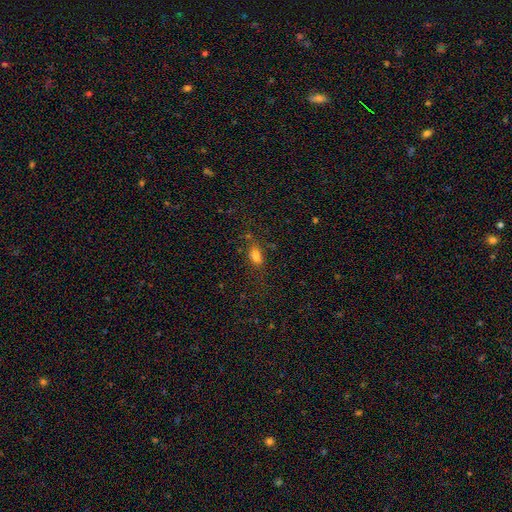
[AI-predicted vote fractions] Overall: smooth (70%). How rounded: in between (77%). Merging: none (53%; minor disturbance 18%).